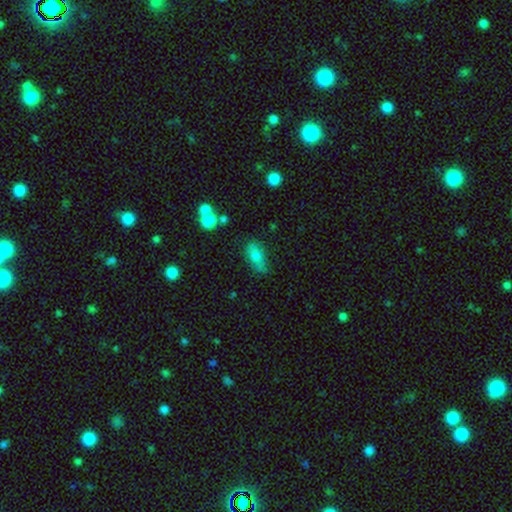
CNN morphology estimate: smooth_or_featured: smooth (p=0.73) [alt: featured or disk p=0.18]
how_rounded: in between (p=0.81) [alt: cigar-shaped p=0.13]
merging: none (p=0.61) [alt: minor disturbance p=0.26]